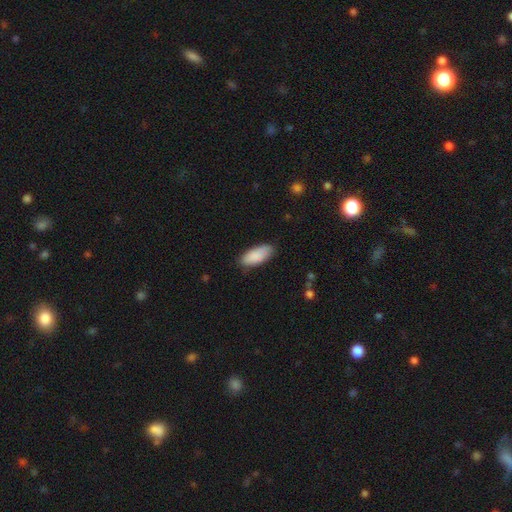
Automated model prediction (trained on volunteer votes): Smooth or featured? Predicted: smooth (p=0.87). How rounded? Predicted: in between (p=0.85). Merging? Predicted: none (p=0.78).